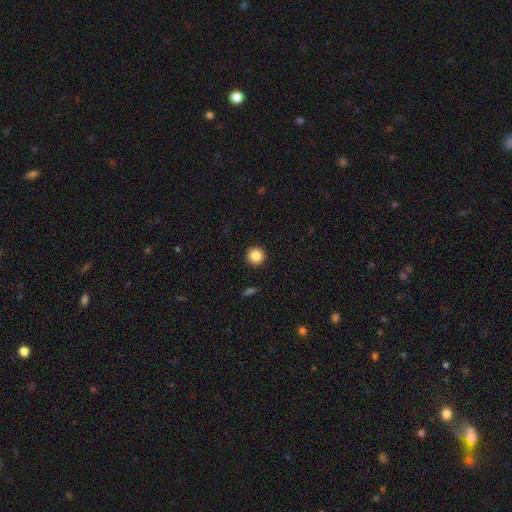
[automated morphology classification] type=smooth (85%); roundness=round (96%); merging=none (93%).